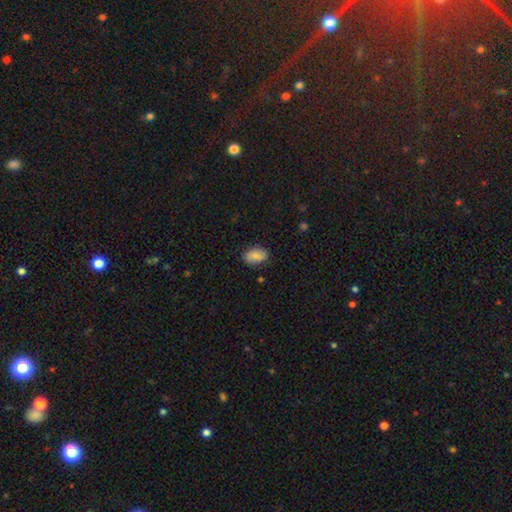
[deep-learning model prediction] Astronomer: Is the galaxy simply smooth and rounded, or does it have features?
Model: smooth — 85%.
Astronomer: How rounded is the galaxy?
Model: in between — 90%.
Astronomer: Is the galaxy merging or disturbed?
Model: none — 83%.